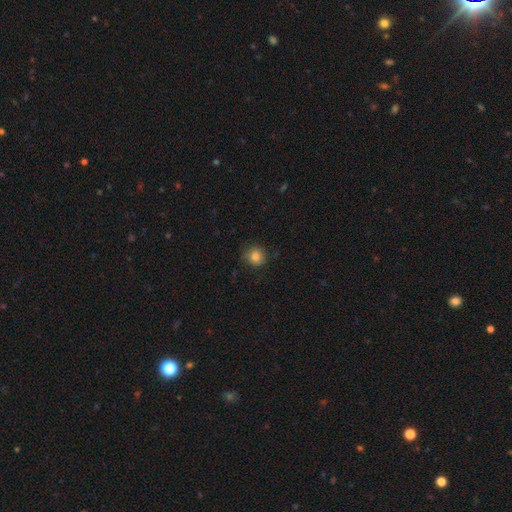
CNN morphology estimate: Smooth or featured?
  - smooth: 83% *
  - star or artifact: 11%
  - featured or disk: 6%
How rounded?
  - round: 88% *
  - in between: 11%
  - cigar-shaped: 1%
Merging?
  - none: 83% *
  - minor disturbance: 13%
  - major disturbance: 3%
  - merger: 1%